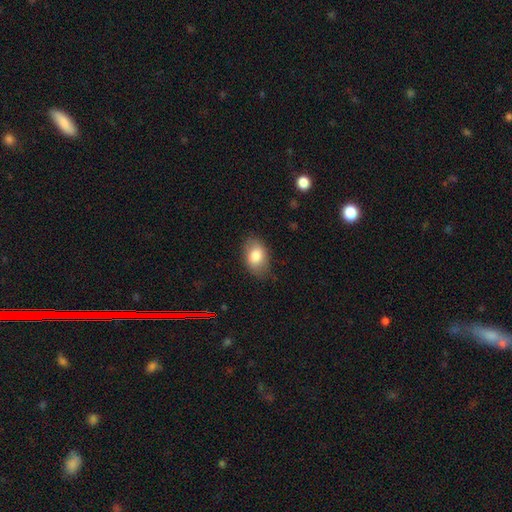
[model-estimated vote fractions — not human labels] smooth-or-featured: smooth: 81% | featured or disk: 12% | star or artifact: 7%
  how-rounded: in between: 88% | round: 11% | cigar-shaped: 1%
  merging: none: 78% | minor disturbance: 17% | major disturbance: 4% | merger: 1%